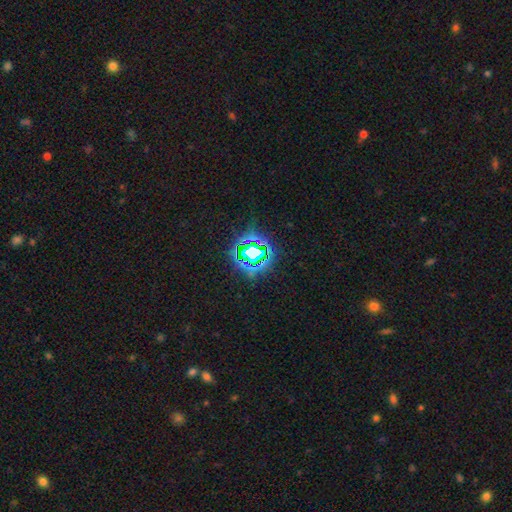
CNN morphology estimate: Smooth or featured?
  - star or artifact: 71% *
  - smooth: 17%
  - featured or disk: 13%